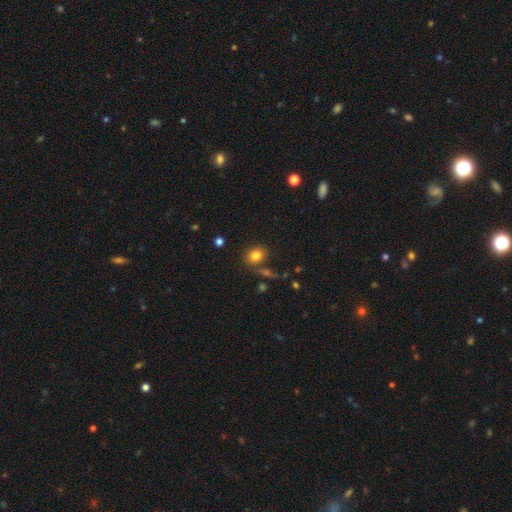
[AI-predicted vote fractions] smooth 81%, star or artifact 11%, featured or disk 8%. Down the decision tree: how rounded — round (50%); merging — none (76%).